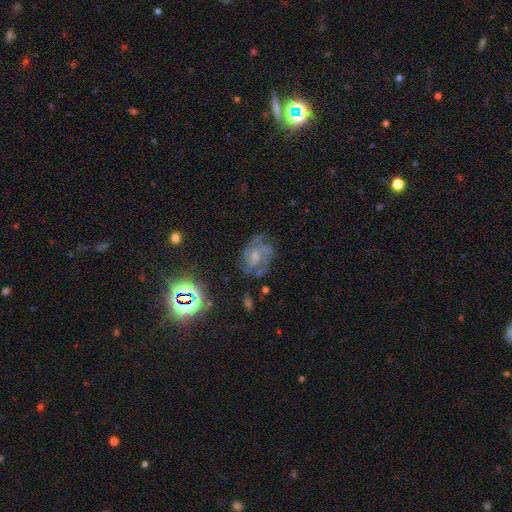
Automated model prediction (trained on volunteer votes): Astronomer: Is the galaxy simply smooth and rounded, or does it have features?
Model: featured or disk — 78%.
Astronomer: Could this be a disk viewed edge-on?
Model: no — 98%.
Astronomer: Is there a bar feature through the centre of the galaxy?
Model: no — 53% (runner-up: weak, 38%).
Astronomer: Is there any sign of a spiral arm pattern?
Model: yes — 95%.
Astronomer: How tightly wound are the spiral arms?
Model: tight — 46% (runner-up: medium, 45%).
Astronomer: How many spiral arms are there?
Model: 2 — 41% (runner-up: 3, 26%).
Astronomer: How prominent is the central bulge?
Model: small — 50% (runner-up: moderate, 38%).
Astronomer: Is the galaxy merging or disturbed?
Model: none — 71%.